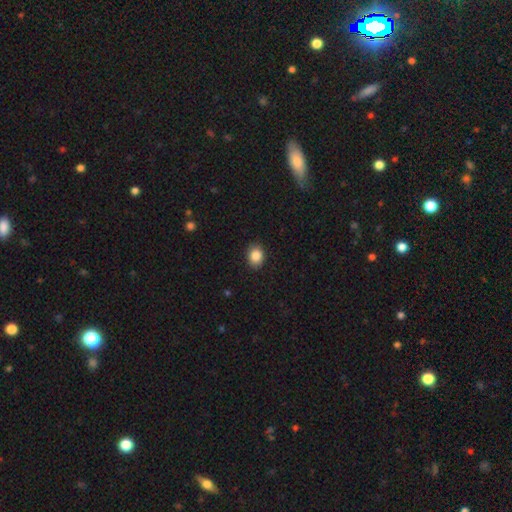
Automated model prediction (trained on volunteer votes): smooth 87%, star or artifact 9%, featured or disk 4%. Down the decision tree: how rounded — in between (53%); merging — none (89%).